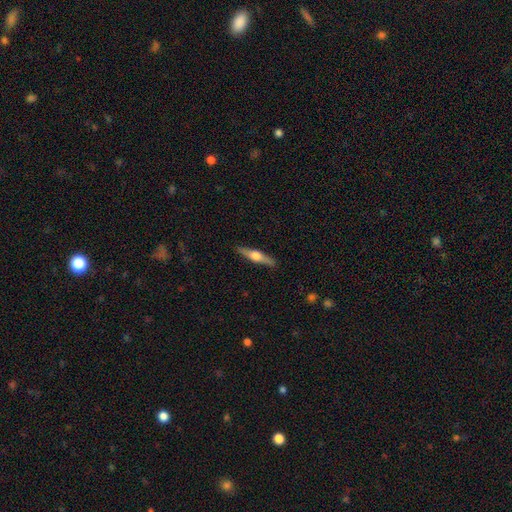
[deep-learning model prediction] Overall: featured or disk (64%; smooth 30%). Edge-on disk: yes (97%). Edge-on bulge: rounded (91%). Merging: none (89%).